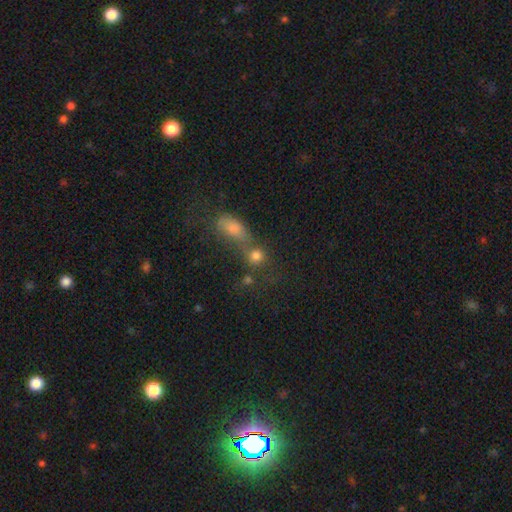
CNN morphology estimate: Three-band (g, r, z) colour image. It shows a smooth galaxy with no disk features (71%) that is round (71%). Merging: merger (48%).